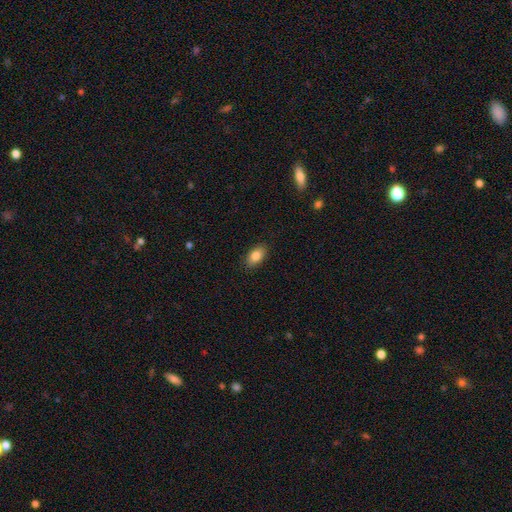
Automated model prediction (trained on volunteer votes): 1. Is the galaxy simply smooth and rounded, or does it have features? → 85% smooth, 8% featured or disk, 7% star or artifact.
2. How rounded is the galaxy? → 91% in between, 6% round, 3% cigar-shaped.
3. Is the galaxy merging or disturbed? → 88% none, 9% minor disturbance, 2% major disturbance, 1% merger.